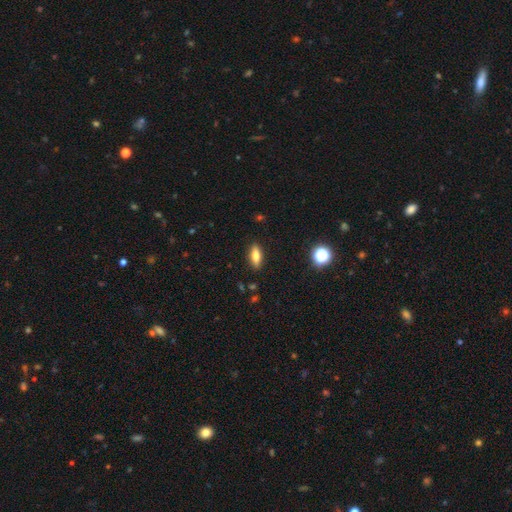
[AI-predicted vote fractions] smooth_or_featured: smooth (p=0.72) [alt: featured or disk p=0.19]
how_rounded: in between (p=0.66) [alt: cigar-shaped p=0.30]
merging: none (p=0.89) [alt: minor disturbance p=0.08]